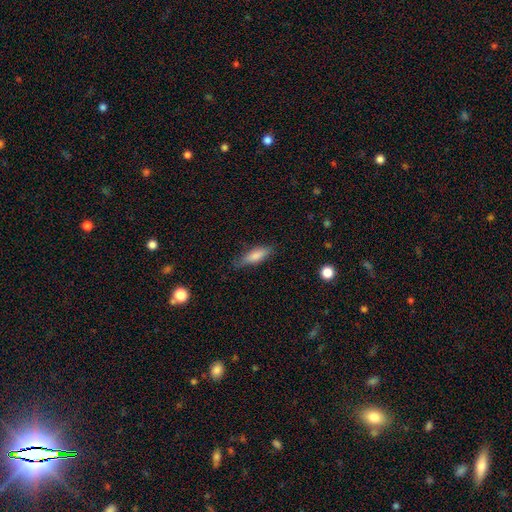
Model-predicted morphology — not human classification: Smooth or featured? smooth (77%)
How rounded? cigar-shaped (53%)
Merging? none (75%)